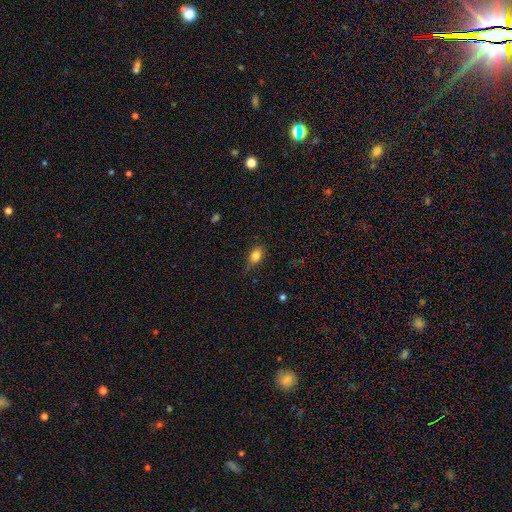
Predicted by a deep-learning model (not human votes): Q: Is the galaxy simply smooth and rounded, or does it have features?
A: smooth — 80%.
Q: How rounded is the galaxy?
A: in between — 68%.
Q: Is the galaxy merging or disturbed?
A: none — 64%.